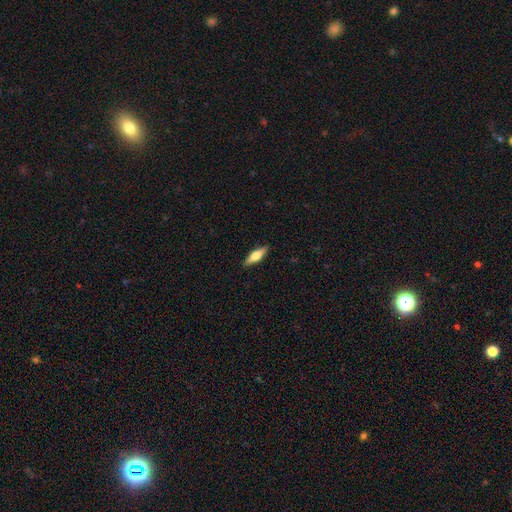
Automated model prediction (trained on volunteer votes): Overall: smooth (49%; featured or disk 45%). Merging: none (89%).